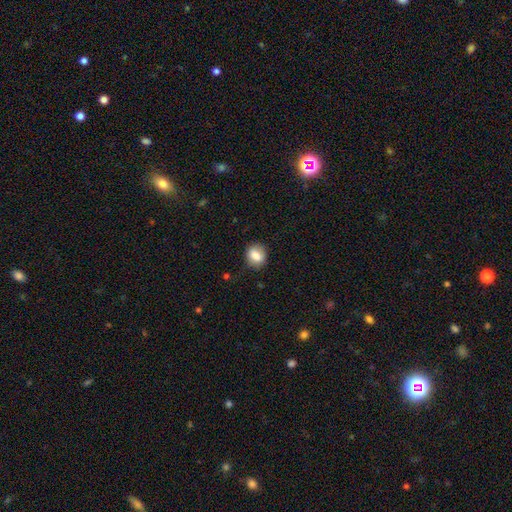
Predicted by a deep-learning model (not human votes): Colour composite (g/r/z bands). It shows a smooth galaxy with no disk features (81%) that is round (61%). Merging: none (79%).